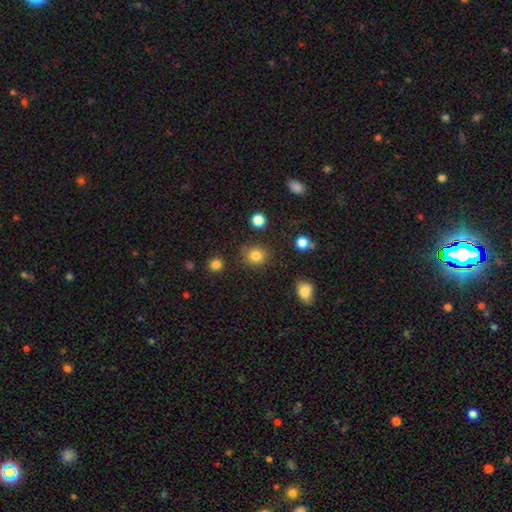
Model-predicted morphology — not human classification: Overall: smooth (82%). How rounded: round (78%). Merging: none (78%).